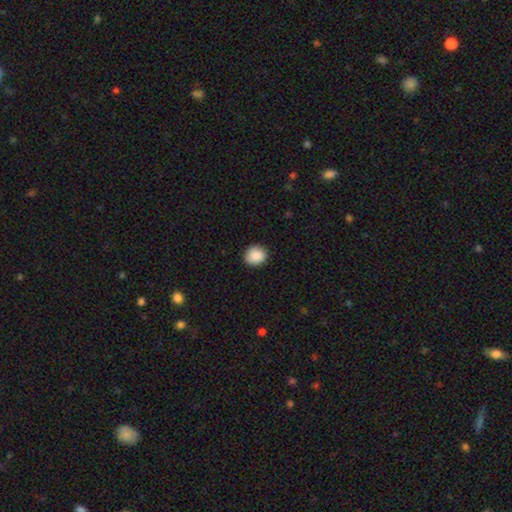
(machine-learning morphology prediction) Smooth or featured: smooth — 88% (star or artifact — 8%)
How rounded: round — 76% (in between — 23%)
Merging: none — 88% (minor disturbance — 9%)